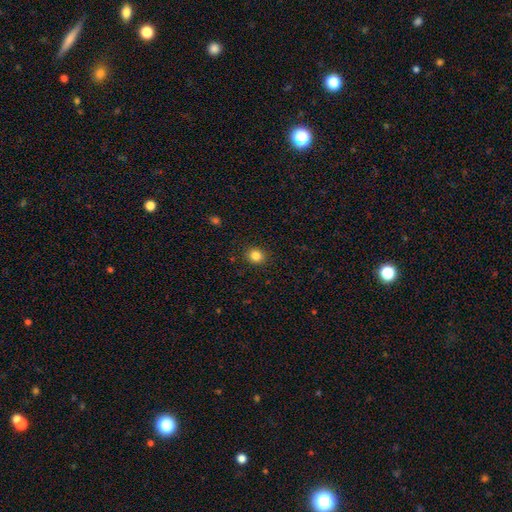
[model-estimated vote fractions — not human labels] Overall: smooth (84%). How rounded: round (73%). Merging: none (90%).